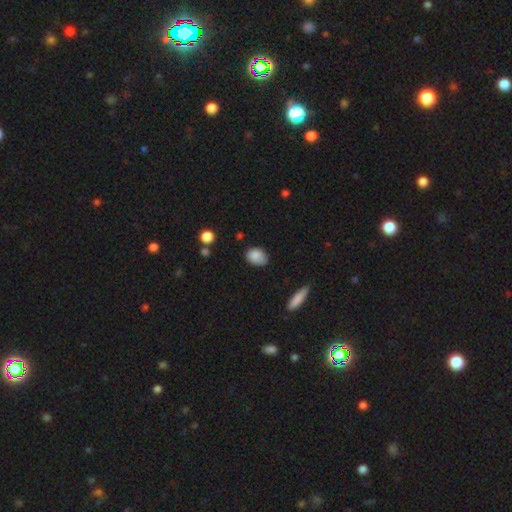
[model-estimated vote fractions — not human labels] A smooth galaxy with no disk features (86%) that is in between round and cigar-shaped (76%). Merging: none (71%).